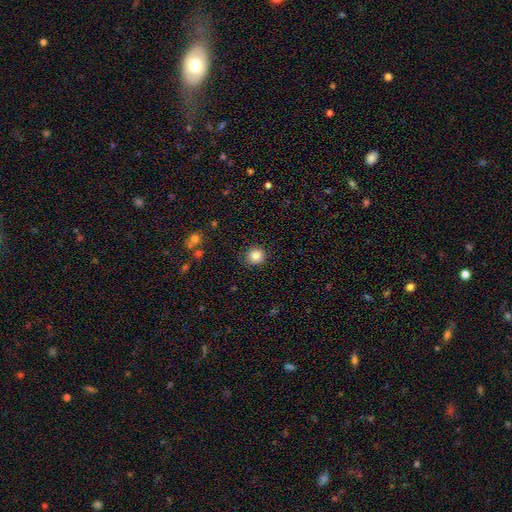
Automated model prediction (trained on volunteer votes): Smooth or featured?
  - smooth: 83% *
  - star or artifact: 10%
  - featured or disk: 6%
How rounded?
  - round: 91% *
  - in between: 8%
  - cigar-shaped: 1%
Merging?
  - none: 88% *
  - minor disturbance: 9%
  - major disturbance: 2%
  - merger: 1%